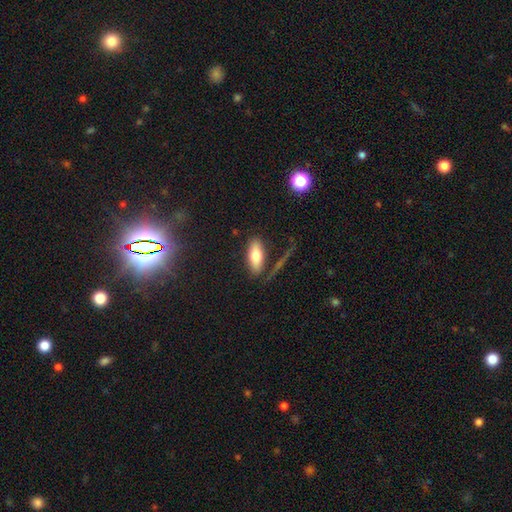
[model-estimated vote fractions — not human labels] Smooth or featured? smooth (74%)
How rounded? in between (77%)
Merging? none (74%)